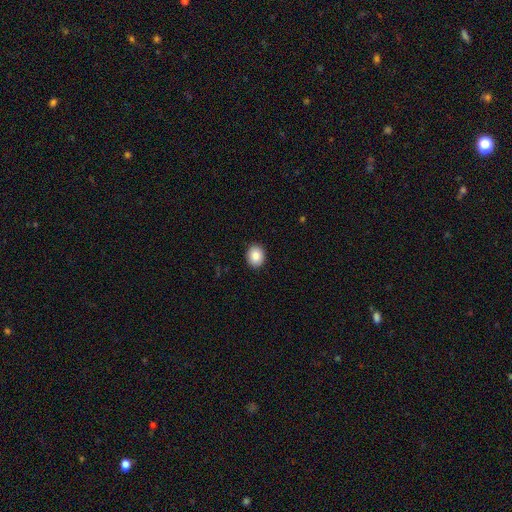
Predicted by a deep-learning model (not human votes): Smooth or featured: smooth — 87% (star or artifact — 8%)
How rounded: round — 57% (in between — 42%)
Merging: none — 91% (minor disturbance — 6%)